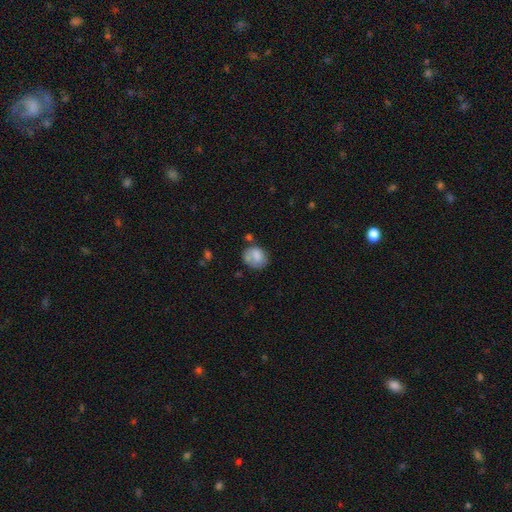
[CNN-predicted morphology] smooth-or-featured: smooth: 73% | featured or disk: 19% | star or artifact: 9%
  how-rounded: round: 61% | in between: 39% | cigar-shaped: 1%
  merging: none: 51% | minor disturbance: 26% | major disturbance: 13% | merger: 10%